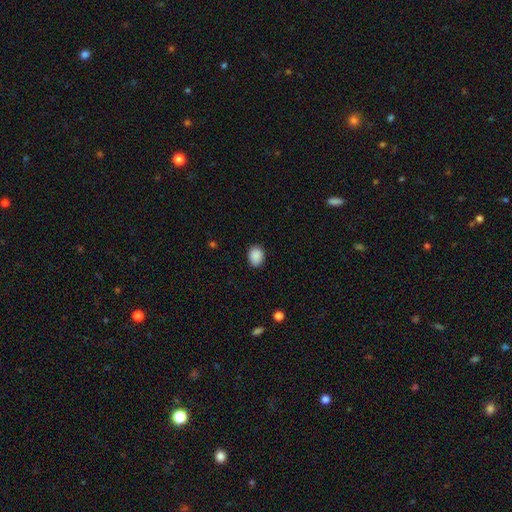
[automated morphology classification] smooth-or-featured: smooth: 89% | star or artifact: 8% | featured or disk: 3%
  how-rounded: in between: 56% | round: 44% | cigar-shaped: 1%
  merging: none: 86% | minor disturbance: 11% | major disturbance: 2% | merger: 1%